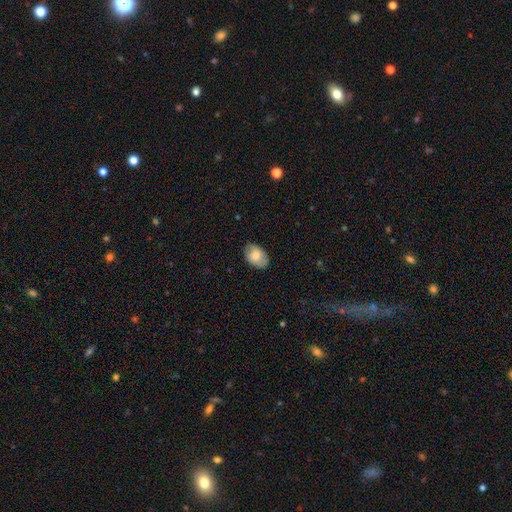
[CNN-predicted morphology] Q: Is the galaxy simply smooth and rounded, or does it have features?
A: smooth — 77%.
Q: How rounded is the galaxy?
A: in between — 88%.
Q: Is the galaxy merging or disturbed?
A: none — 81%.